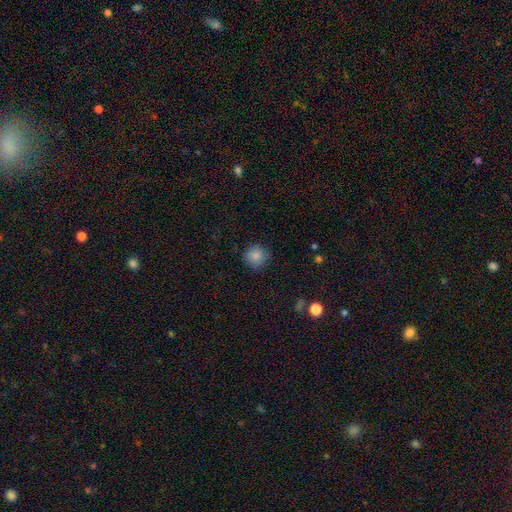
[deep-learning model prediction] Smooth or featured? Predicted: smooth (p=0.84). How rounded? Predicted: round (p=0.92). Merging? Predicted: none (p=0.82).